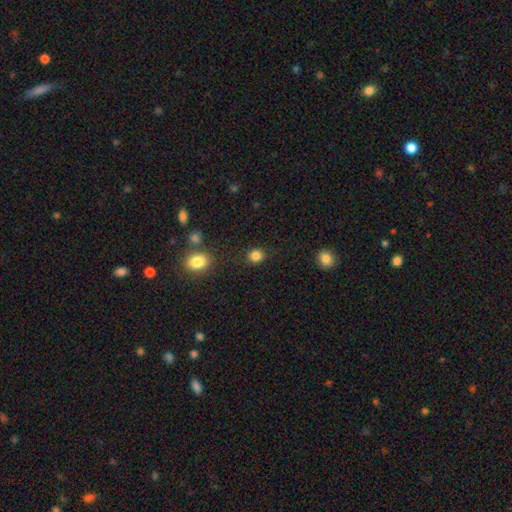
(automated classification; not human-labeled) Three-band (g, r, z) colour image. It shows a smooth galaxy with no disk features (85%) that is round (81%). Merging: none (86%).